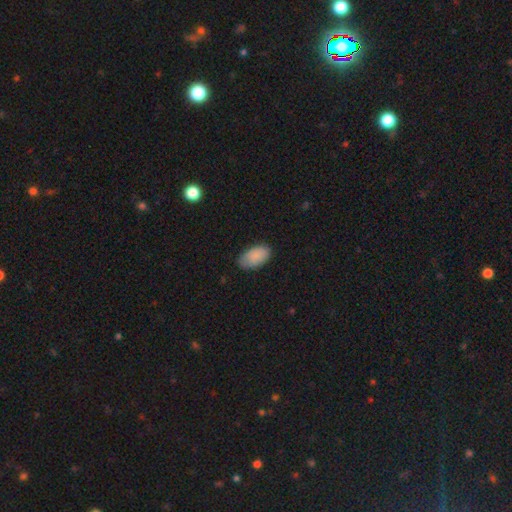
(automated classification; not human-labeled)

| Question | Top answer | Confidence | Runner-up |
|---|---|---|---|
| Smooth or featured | smooth | 87% | featured or disk (7%) |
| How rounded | in between | 95% | round (4%) |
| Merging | none | 72% | minor disturbance (23%) |